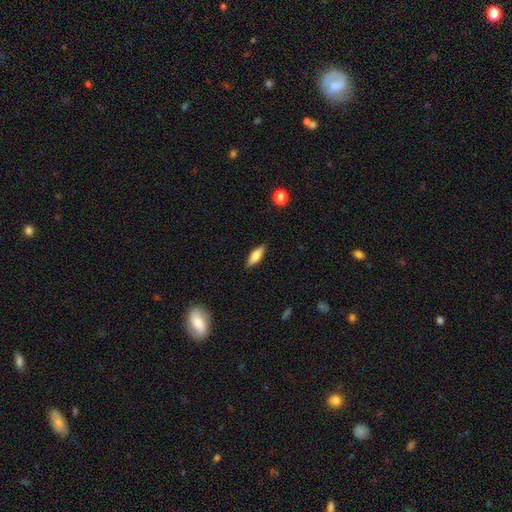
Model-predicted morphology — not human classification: Smooth or featured? smooth (69%)
How rounded? in between (60%)
Merging? none (87%)